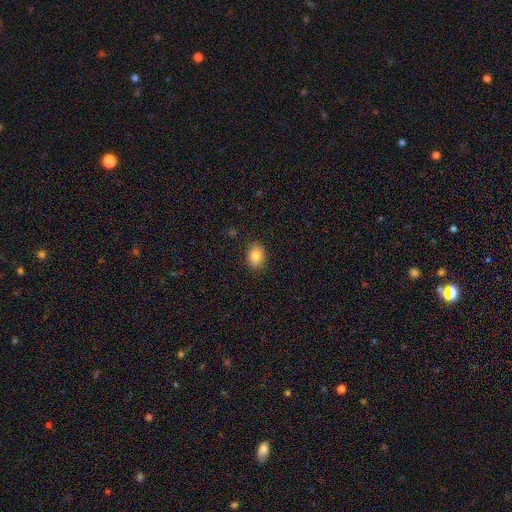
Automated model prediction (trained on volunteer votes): A smooth galaxy with no disk features (84%) that is in between round and cigar-shaped (72%). Merging: none (88%).